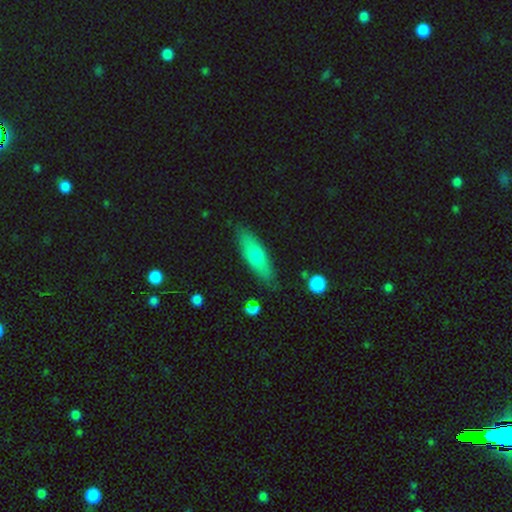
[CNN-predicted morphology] Smooth or featured: smooth — 62% (featured or disk — 32%)
How rounded: cigar-shaped — 51% (in between — 47%)
Merging: none — 82% (minor disturbance — 14%)